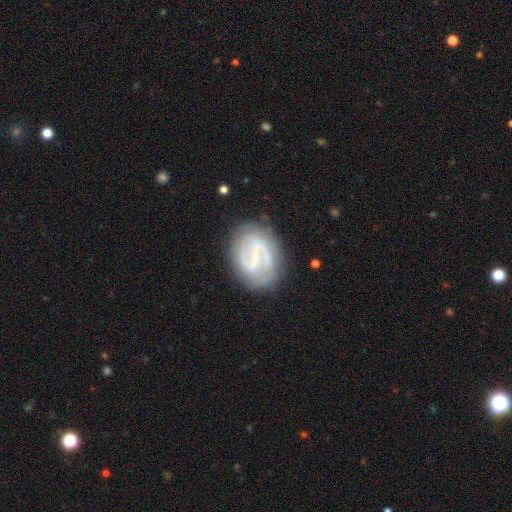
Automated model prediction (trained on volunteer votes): A featured or disk galaxy (72%) with a strong bar (43%), spiral arms (68%) and a small central bulge (51%). Merging: none (72%).